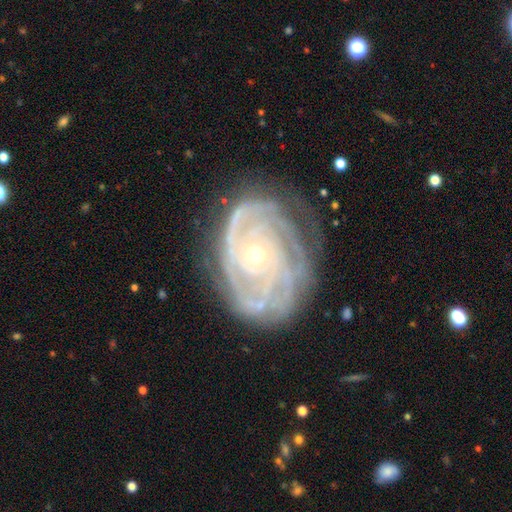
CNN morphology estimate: smooth_or_featured: featured or disk (p=0.89) [alt: star or artifact p=0.06]
disk_edge_on: no (p=0.96) [alt: yes p=0.04]
bar: no (p=0.79) [alt: weak p=0.15]
has_spiral_arms: yes (p=0.97) [alt: no p=0.03]
spiral_winding: tight (p=0.79) [alt: medium p=0.18]
spiral_arm_count: can't tell (p=0.27) [alt: 3 p=0.21]
bulge_size: small (p=0.68) [alt: moderate p=0.29]
merging: none (p=0.71) [alt: minor disturbance p=0.20]